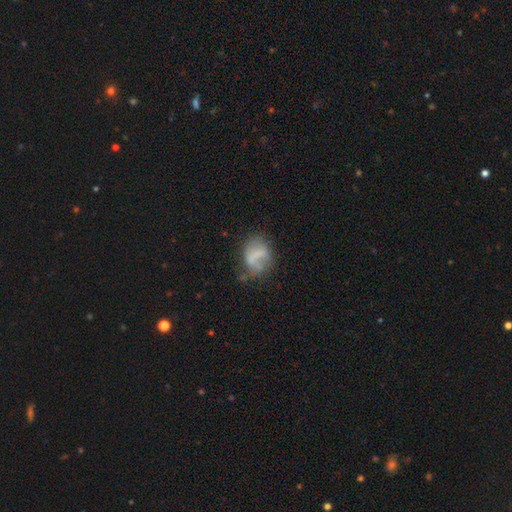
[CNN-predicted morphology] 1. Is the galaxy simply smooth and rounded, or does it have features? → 49% smooth, 41% featured or disk, 10% star or artifact.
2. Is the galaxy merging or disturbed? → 38% none, 29% minor disturbance, 24% major disturbance, 9% merger.